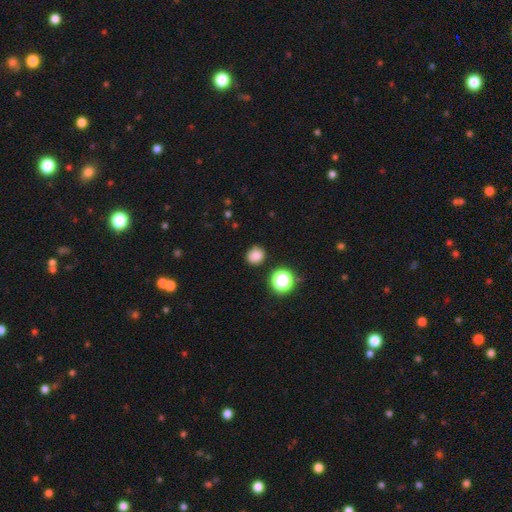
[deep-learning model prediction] The model was most divided on "how rounded": round: 80%, in between: 19%, cigar-shaped: 1%. More confident: merging — none (85%); smooth or featured — smooth (82%).